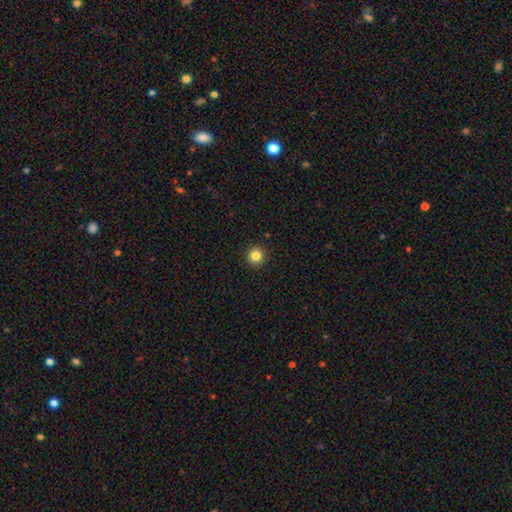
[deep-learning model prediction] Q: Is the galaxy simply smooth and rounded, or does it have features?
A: smooth — 84%.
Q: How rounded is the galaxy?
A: round — 95%.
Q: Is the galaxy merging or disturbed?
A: none — 94%.